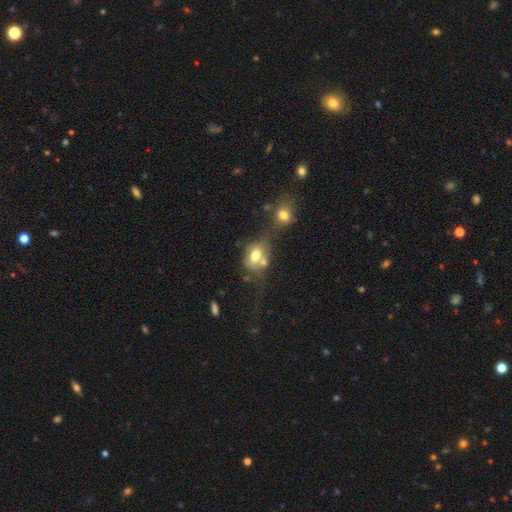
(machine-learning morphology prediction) Smooth or featured? smooth (66%)
How rounded? in between (67%)
Merging? merger (48%)